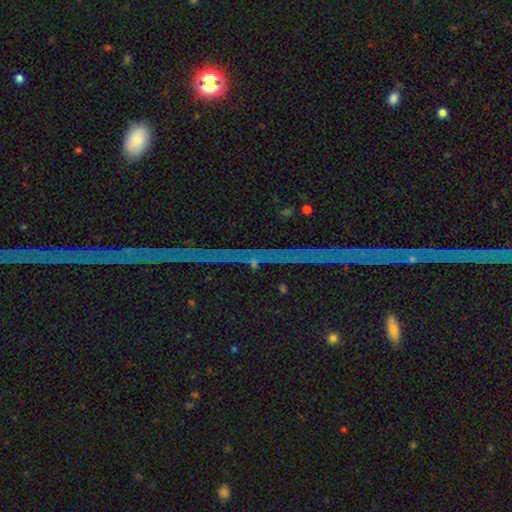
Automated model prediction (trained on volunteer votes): Q: Smooth or featured?
A: star or artifact (85%); runner-up: featured or disk (9%)